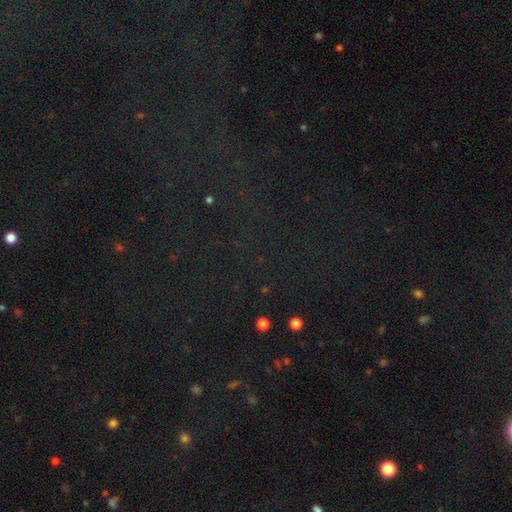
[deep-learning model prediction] A star or artifact, not a galaxy (80%).